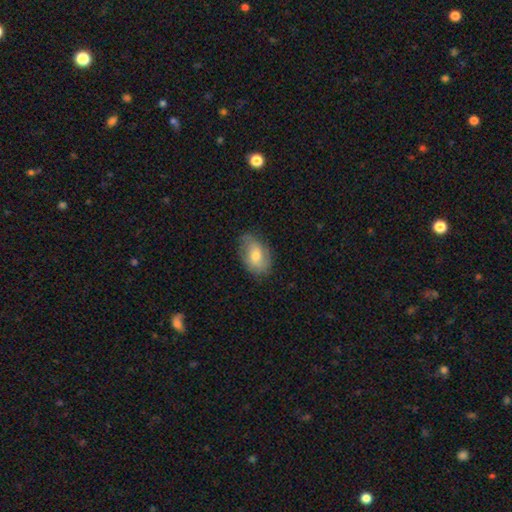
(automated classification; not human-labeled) This is likely a smooth galaxy (65%). How rounded: clearly in between (86%). Merging: likely none (69%).